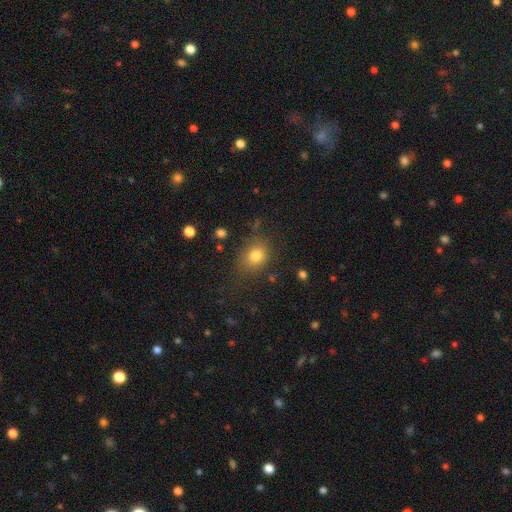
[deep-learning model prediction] A smooth galaxy with no disk features (78%) that is round (53%). Merging: none (74%).